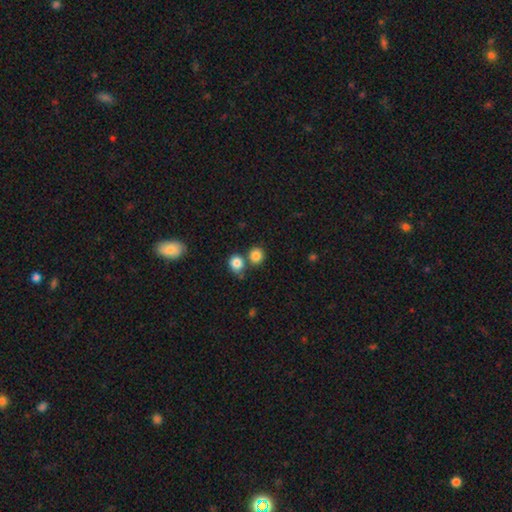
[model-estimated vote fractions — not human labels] Q: Smooth or featured?
A: smooth (84%); runner-up: star or artifact (10%)
Q: How rounded?
A: round (87%); runner-up: in between (12%)
Q: Merging?
A: none (64%); runner-up: merger (25%)